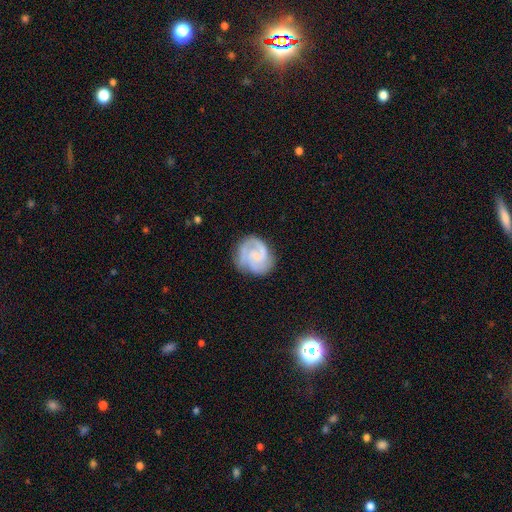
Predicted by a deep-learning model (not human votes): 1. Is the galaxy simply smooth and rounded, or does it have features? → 75% featured or disk, 19% smooth, 6% star or artifact.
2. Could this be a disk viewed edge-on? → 98% no, 2% yes.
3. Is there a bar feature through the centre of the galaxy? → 60% no, 33% weak, 6% strong.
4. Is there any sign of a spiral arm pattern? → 94% yes, 6% no.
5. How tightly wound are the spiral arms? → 48% tight, 40% medium, 12% loose.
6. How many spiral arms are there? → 37% 2, 31% 3, 17% can't tell, 7% 1, 5% 4, 4% more than 4.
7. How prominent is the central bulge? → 45% none, 36% small, 15% moderate, 3% large, 1% dominant.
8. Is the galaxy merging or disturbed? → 69% none, 19% minor disturbance, 10% major disturbance, 2% merger.